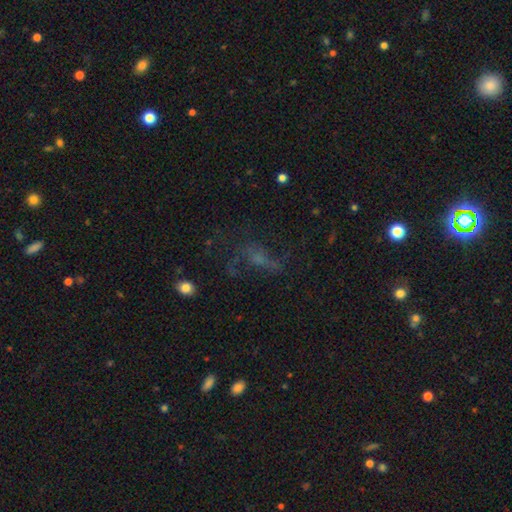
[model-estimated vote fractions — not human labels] A featured or disk galaxy (42%).

Vote fractions:
- Smooth or featured? featured or disk: 42% / star or artifact: 34% / smooth: 24%
- Merging? none: 54% / major disturbance: 25% / minor disturbance: 17% / merger: 4%